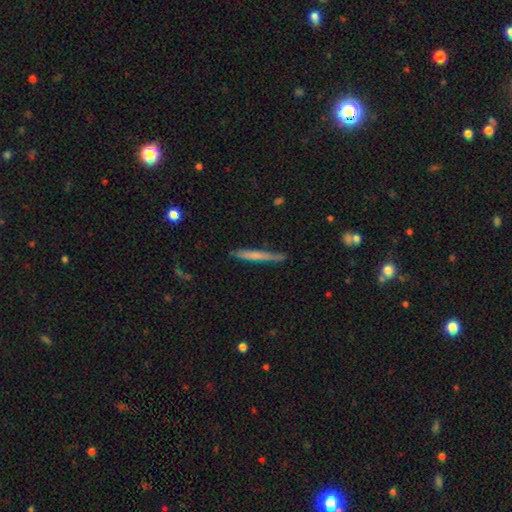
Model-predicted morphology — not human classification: A smooth galaxy with no disk features (55%) that is cigar-shaped (96%).

Vote fractions:
- Smooth or featured? smooth: 55% / featured or disk: 39% / star or artifact: 6%
- How rounded? cigar-shaped: 96% / in between: 2% / round: 2%
- Merging? none: 83% / minor disturbance: 13% / major disturbance: 2% / merger: 2%